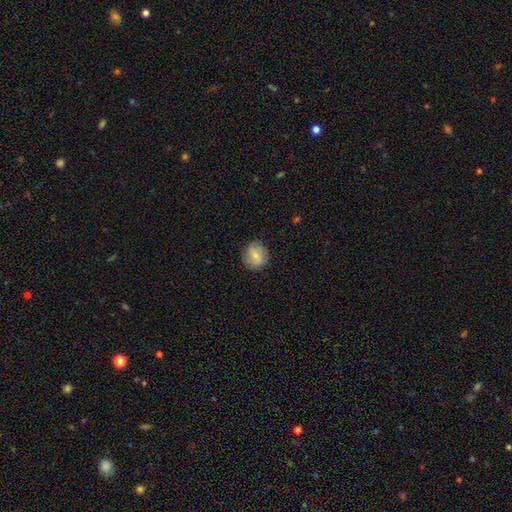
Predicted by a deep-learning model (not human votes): smooth 67%, featured or disk 25%, star or artifact 8%. Down the decision tree: how rounded — round (80%); merging — none (81%).